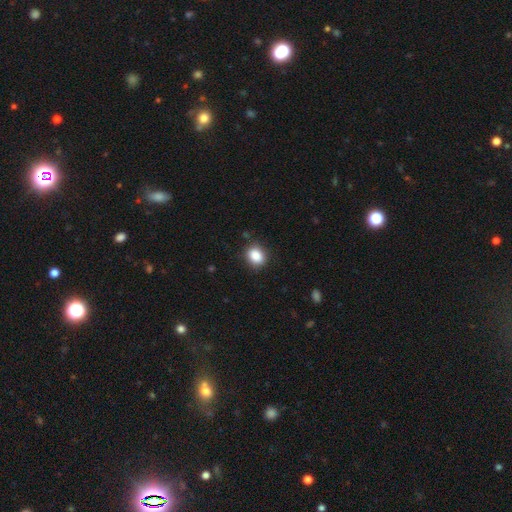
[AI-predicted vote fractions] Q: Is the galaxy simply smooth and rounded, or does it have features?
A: smooth — 87%.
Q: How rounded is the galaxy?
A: round — 50%.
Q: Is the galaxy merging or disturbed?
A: none — 85%.